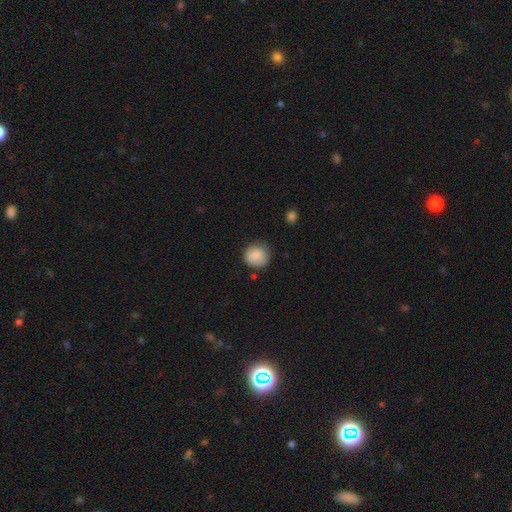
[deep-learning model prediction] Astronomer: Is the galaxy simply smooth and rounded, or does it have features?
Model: smooth — 85%.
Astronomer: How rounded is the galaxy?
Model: round — 91%.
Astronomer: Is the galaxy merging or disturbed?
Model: none — 74%.